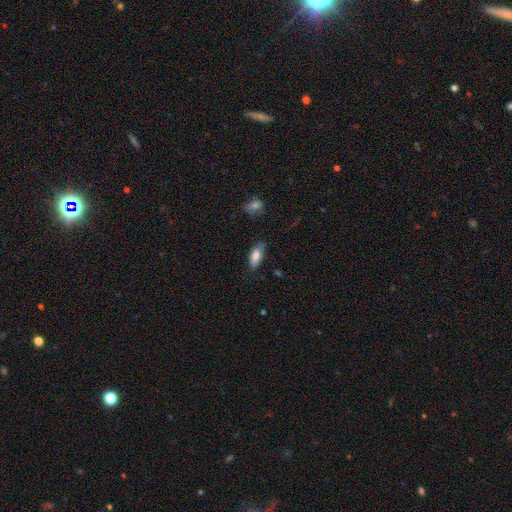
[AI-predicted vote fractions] This appears to be a smooth galaxy with no disk features (82%) that is in between round and cigar-shaped (84%). Merging: none (71%).